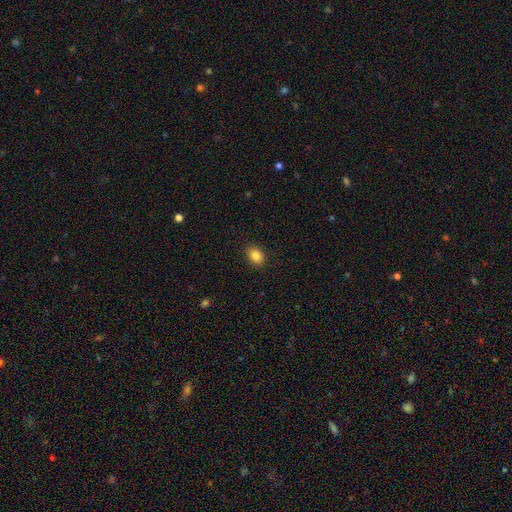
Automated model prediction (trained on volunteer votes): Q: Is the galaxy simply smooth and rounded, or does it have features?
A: smooth — 84%.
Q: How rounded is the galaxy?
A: in between — 74%.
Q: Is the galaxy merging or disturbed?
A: none — 88%.